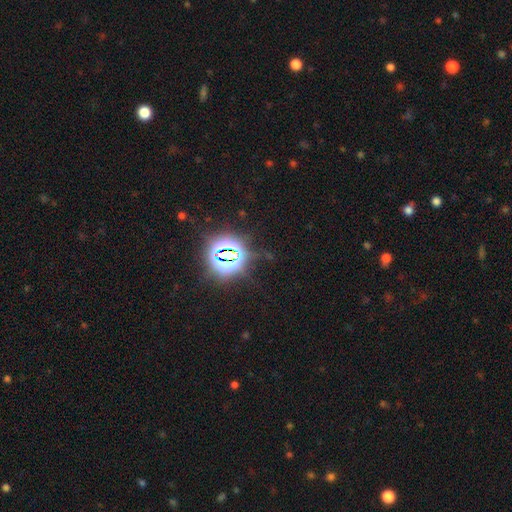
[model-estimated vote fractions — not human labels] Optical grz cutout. It shows a star or artifact, not a galaxy (82%).